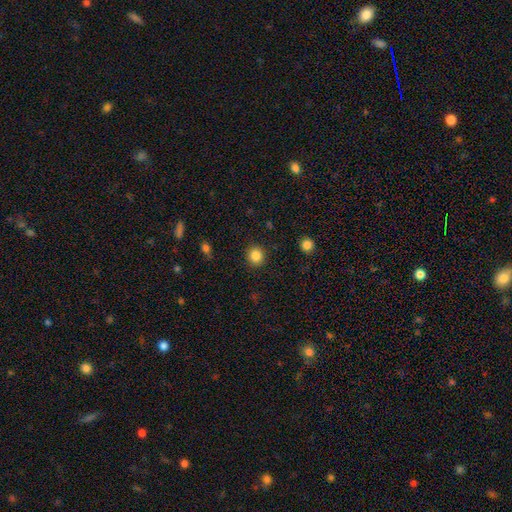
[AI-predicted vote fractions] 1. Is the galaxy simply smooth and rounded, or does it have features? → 86% smooth, 10% star or artifact, 4% featured or disk.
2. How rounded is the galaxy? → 88% round, 11% in between, 1% cigar-shaped.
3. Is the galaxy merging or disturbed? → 91% none, 6% minor disturbance, 2% major disturbance, 1% merger.